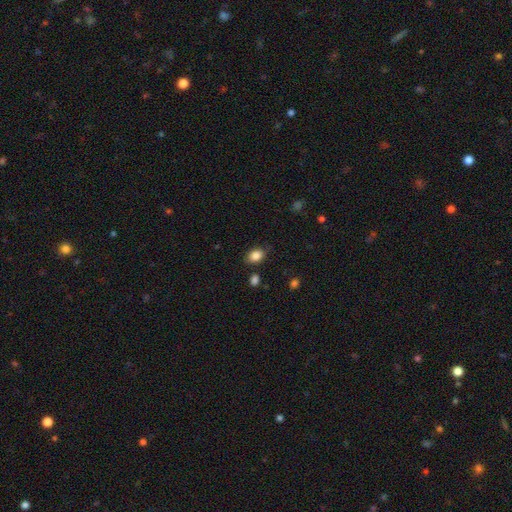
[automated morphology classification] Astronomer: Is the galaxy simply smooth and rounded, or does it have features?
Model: smooth — 86%.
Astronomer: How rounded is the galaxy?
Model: in between — 69%.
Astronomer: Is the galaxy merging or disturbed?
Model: none — 80%.